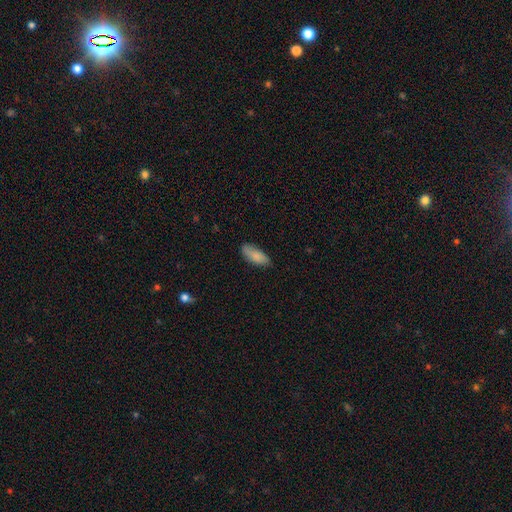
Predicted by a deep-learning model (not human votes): This is clearly a smooth galaxy (85%). How rounded: likely in between (78%). Merging: likely none (75%).